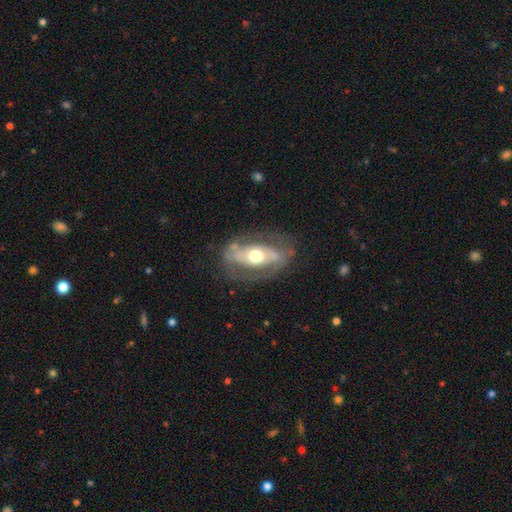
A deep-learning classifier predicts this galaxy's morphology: smooth-or-featured: featured or disk: 67% | smooth: 28% | star or artifact: 5%
  disk-edge-on: no: 89% | yes: 11%
    bar: no: 62% | weak: 20% | strong: 18%
    has-spiral-arms: no: 57% | yes: 43%
    bulge-size: moderate: 63% | large: 27% | small: 7% | dominant: 2% | none: 1%
  merging: none: 68% | minor disturbance: 18% | major disturbance: 12% | merger: 2%